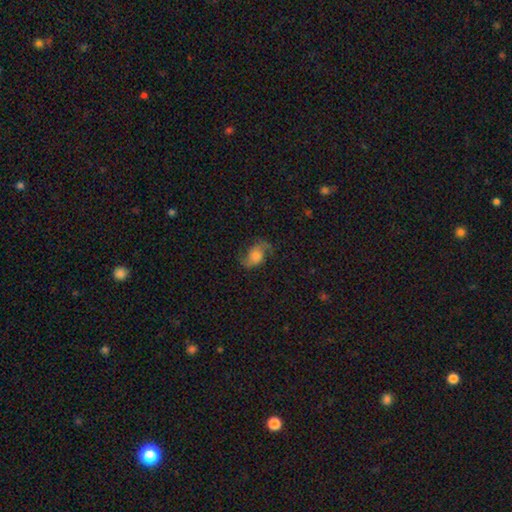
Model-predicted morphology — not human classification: A featured or disk galaxy (61%) with no bar (69%), 2 (89%) loose (57%) spiral arms (91%) and a moderate central bulge (46%). Merging: none (69%).